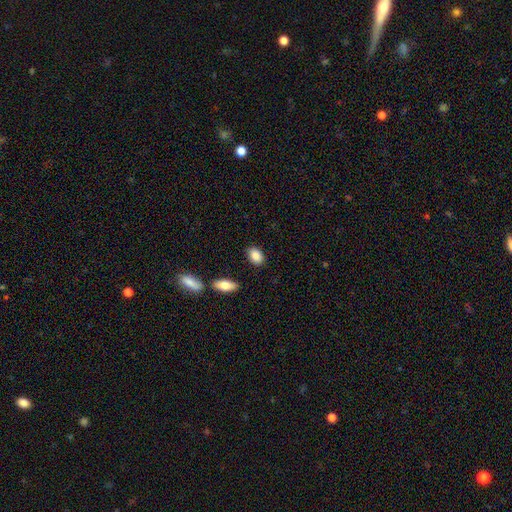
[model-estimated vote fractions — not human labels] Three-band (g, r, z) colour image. It shows a smooth galaxy with no disk features (88%) that is in between round and cigar-shaped (84%). Merging: none (86%).